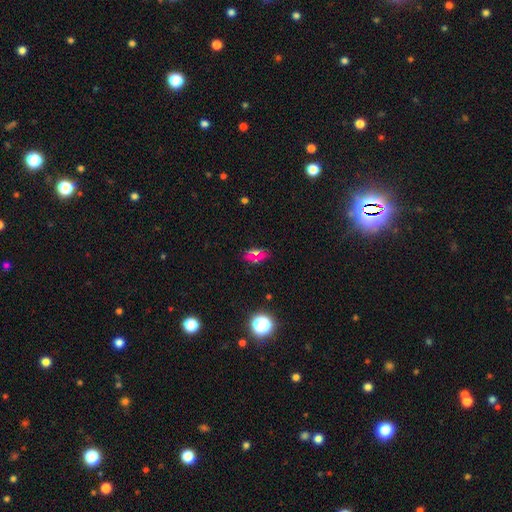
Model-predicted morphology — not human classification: Smooth or featured: smooth — 58% (star or artifact — 27%)
How rounded: in between — 82% (round — 12%)
Merging: none — 84% (minor disturbance — 11%)